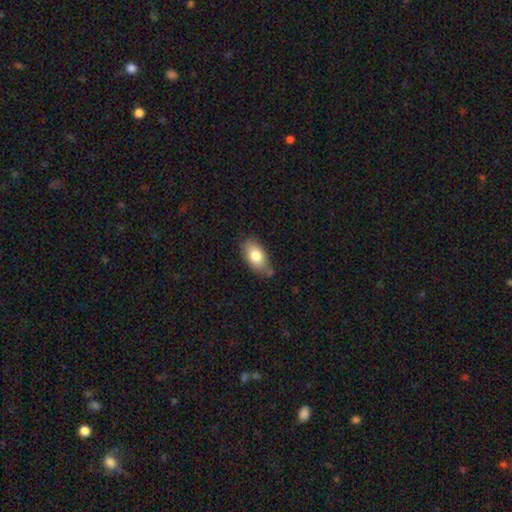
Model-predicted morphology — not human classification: smooth 78%, featured or disk 15%, star or artifact 7%. Down the decision tree: how rounded — in between (91%); merging — none (74%).